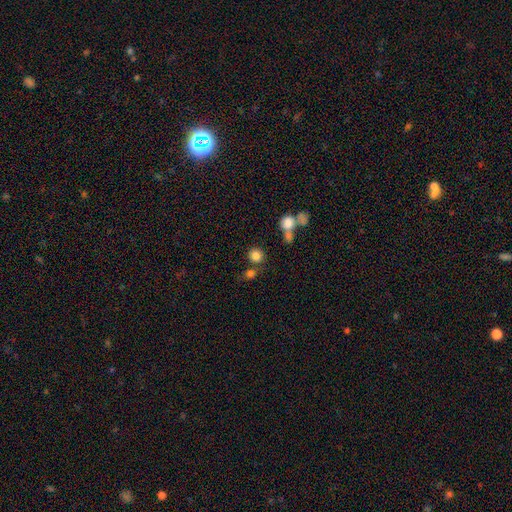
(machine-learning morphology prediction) The model was most divided on "merging": none: 70%, merger: 17%, minor disturbance: 8%, major disturbance: 5%. More confident: how rounded — round (88%); smooth or featured — smooth (82%).